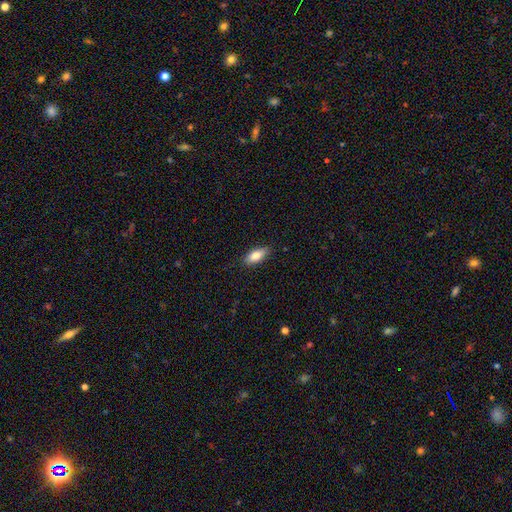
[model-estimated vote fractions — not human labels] Smooth or featured: smooth — 80% (featured or disk — 13%)
How rounded: in between — 79% (cigar-shaped — 18%)
Merging: none — 86% (minor disturbance — 11%)